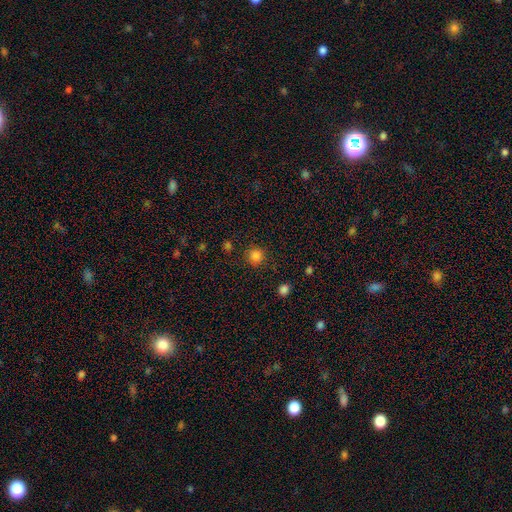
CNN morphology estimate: smooth-or-featured: smooth: 84% | star or artifact: 13% | featured or disk: 3%
  how-rounded: round: 93% | in between: 6% | cigar-shaped: 1%
  merging: none: 88% | minor disturbance: 7% | major disturbance: 3% | merger: 2%